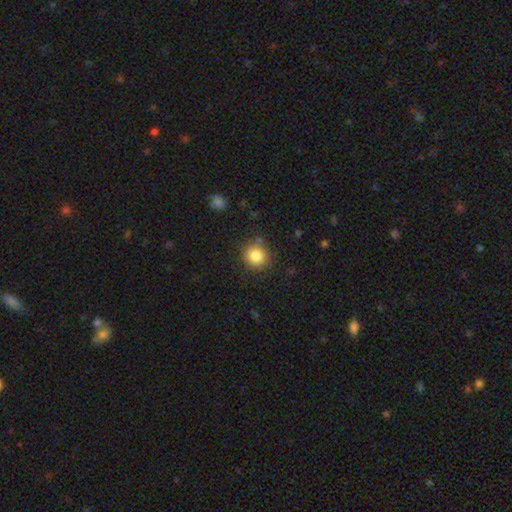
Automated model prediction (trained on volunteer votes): Overall: smooth (85%). How rounded: round (91%). Merging: none (86%).